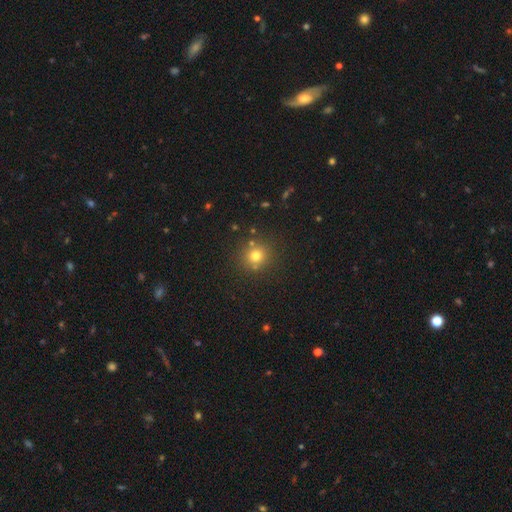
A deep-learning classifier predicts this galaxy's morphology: Q: Smooth or featured?
A: smooth (75%); runner-up: star or artifact (17%)
Q: How rounded?
A: round (91%); runner-up: in between (8%)
Q: Merging?
A: none (83%); runner-up: minor disturbance (8%)